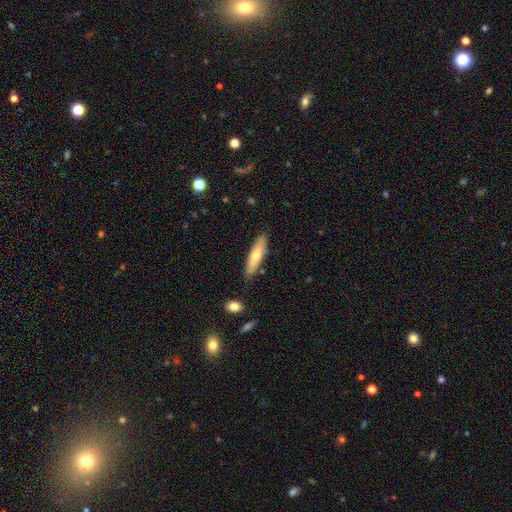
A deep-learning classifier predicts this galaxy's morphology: type=smooth (59%); roundness=cigar-shaped (75%); merging=none (85%).